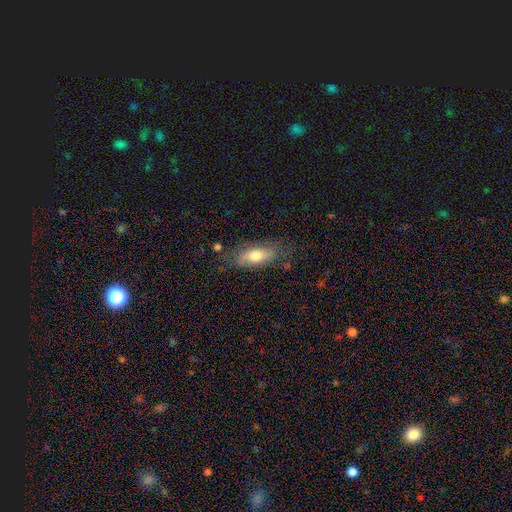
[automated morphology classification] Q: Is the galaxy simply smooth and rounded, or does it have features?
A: smooth — 64%.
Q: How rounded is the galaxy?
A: in between — 76%.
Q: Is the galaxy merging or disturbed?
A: none — 68%.